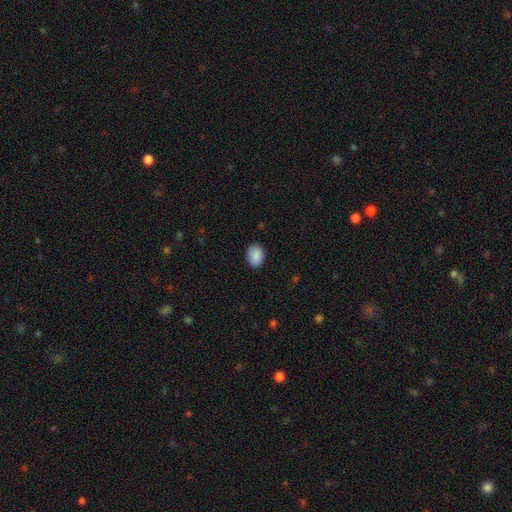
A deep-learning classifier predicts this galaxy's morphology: A smooth galaxy with no disk features (89%) that is in between round and cigar-shaped (76%). Merging: none (85%).